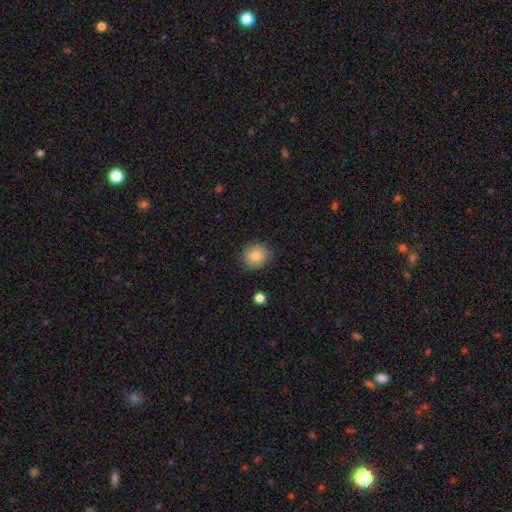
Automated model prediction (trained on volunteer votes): Morphology: type=smooth (84%); roundness=round (83%); merging=none (88%).